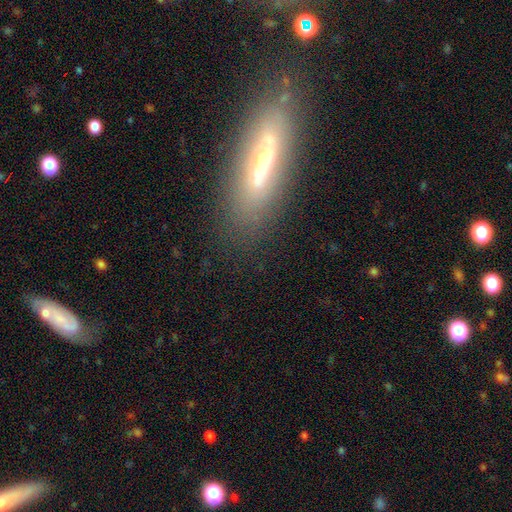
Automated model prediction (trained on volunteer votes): Smooth or featured? featured or disk (53%)
Edge-on disk? yes (62%)
Merging? none (78%)